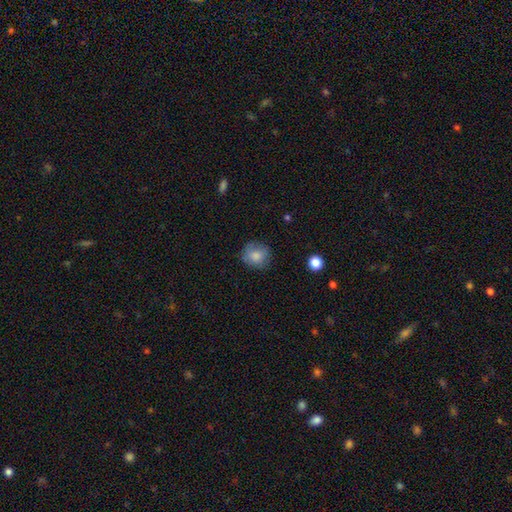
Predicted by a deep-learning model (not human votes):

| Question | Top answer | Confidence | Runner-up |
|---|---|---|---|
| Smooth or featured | smooth | 82% | featured or disk (10%) |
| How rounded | round | 86% | in between (13%) |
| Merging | none | 78% | minor disturbance (16%) |